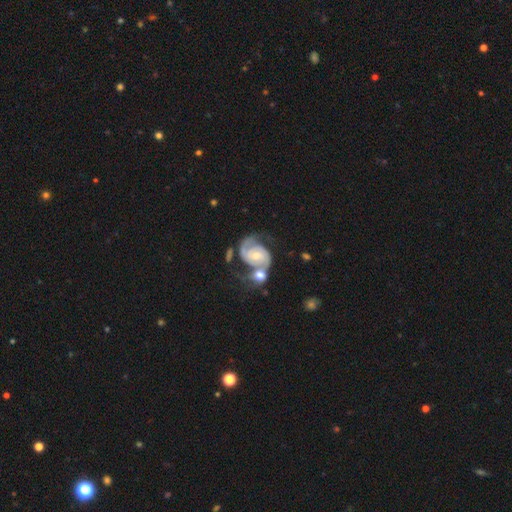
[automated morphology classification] Smooth or featured: featured or disk — 87% (smooth — 8%)
Edge-on disk: no — 98% (yes — 2%)
Bar: no — 55% (weak — 35%)
Spiral arms: yes — 97% (no — 3%)
Spiral winding: medium — 47% (tight — 38%)
Spiral arm count: 2 — 87% (can't tell — 5%)
Bulge size: small — 45% (moderate — 42%)
Merging: merger — 41% (none — 33%)